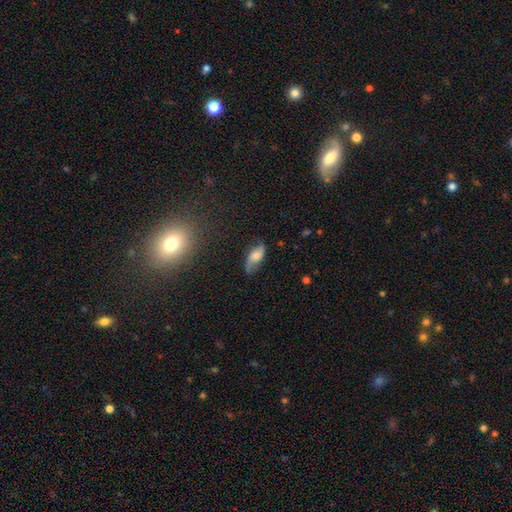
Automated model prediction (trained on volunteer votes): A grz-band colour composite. It shows a featured or disk galaxy (47%). Merging: none (71%).